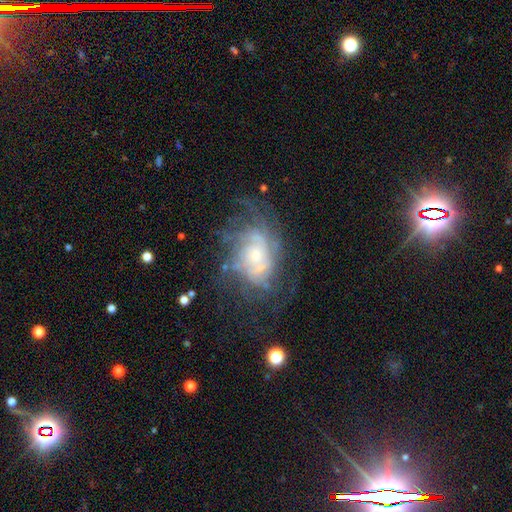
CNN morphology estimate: Smooth or featured? featured or disk (77%)
Edge-on disk? no (97%)
Bar? no (76%)
Spiral arms? yes (82%)
Spiral winding? tight (52%)
Spiral arm count? can't tell (53%)
Bulge size? small (51%)
Merging? none (56%)